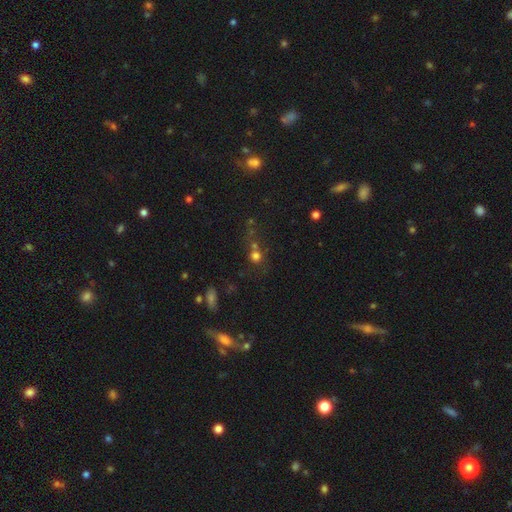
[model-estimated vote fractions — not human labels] Morphology: type=smooth (66%); roundness=round (87%); merging=none (51%).